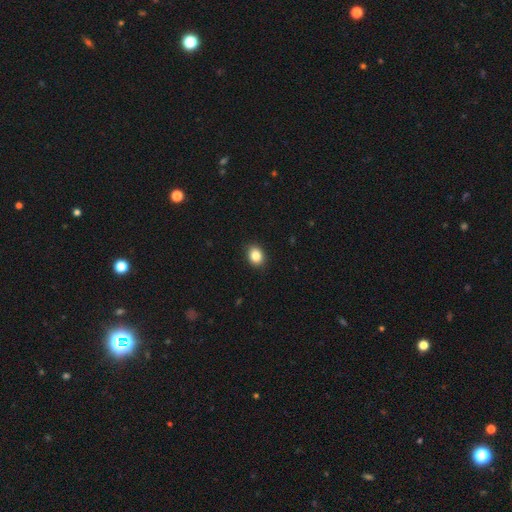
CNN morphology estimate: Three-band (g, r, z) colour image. It shows a smooth galaxy with no disk features (85%) that is in between round and cigar-shaped (58%). Merging: none (90%).